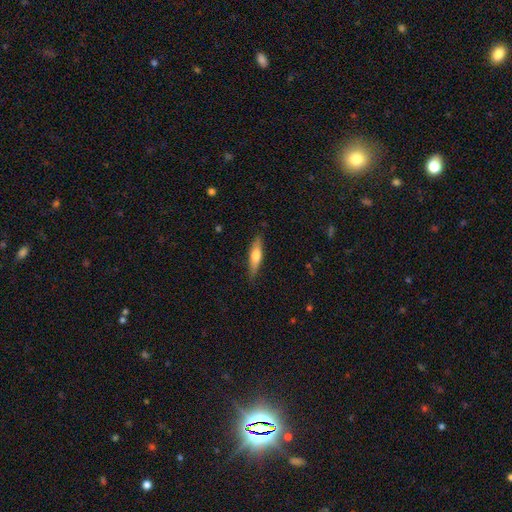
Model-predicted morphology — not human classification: This is possibly a smooth galaxy (55%). How rounded: likely cigar-shaped (74%). Merging: clearly none (85%).